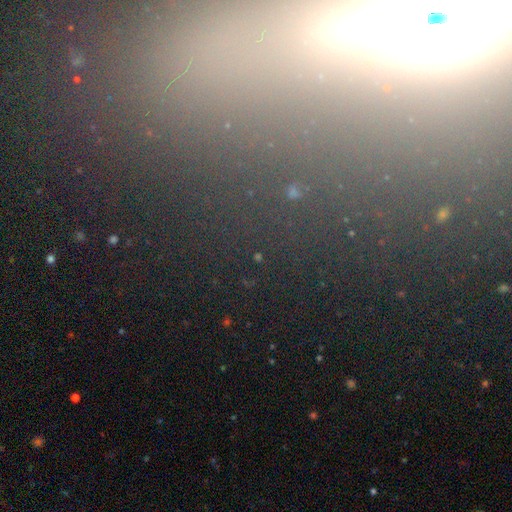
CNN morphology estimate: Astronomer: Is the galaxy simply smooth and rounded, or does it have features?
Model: star or artifact — 60%.